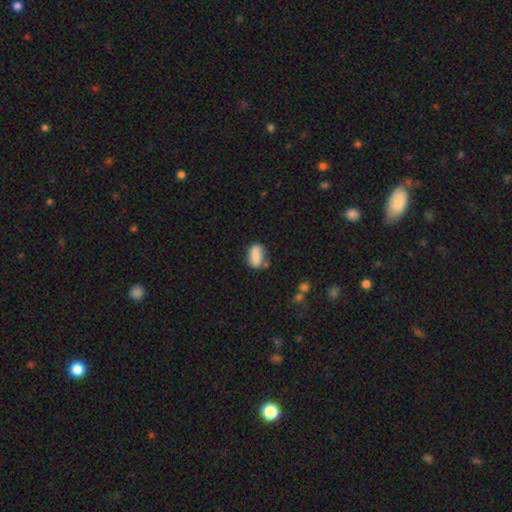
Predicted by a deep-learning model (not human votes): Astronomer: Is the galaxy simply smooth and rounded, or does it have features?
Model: smooth — 81%.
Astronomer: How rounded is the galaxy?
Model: in between — 85%.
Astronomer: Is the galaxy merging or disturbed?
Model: none — 64%.